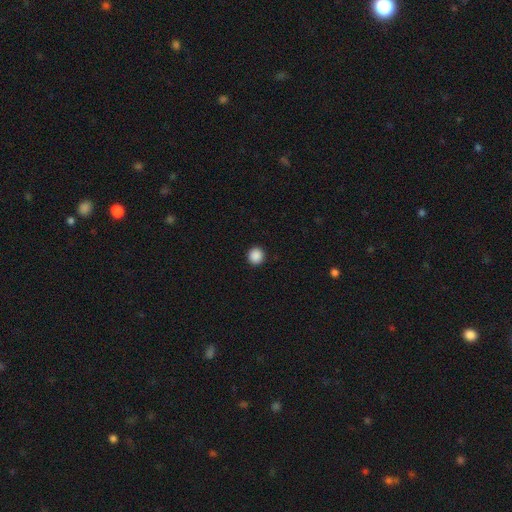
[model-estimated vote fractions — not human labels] smooth-or-featured: smooth: 89% | star or artifact: 9% | featured or disk: 2%
  how-rounded: round: 94% | in between: 5% | cigar-shaped: 1%
  merging: none: 94% | minor disturbance: 4% | major disturbance: 1% | merger: 1%